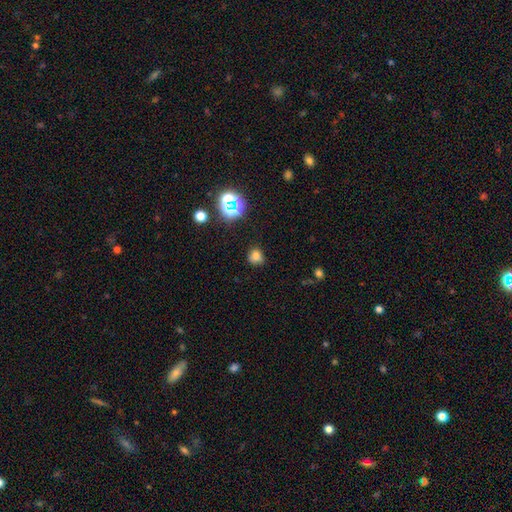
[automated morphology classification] This is likely a smooth galaxy (72%). How rounded: likely round (76%). Merging: likely none (72%).